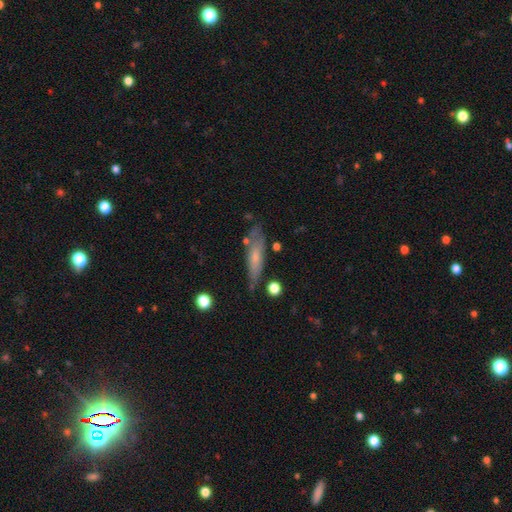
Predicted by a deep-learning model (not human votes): Morphology: type=smooth (46%, tied with featured or disk); merging=none (67%).